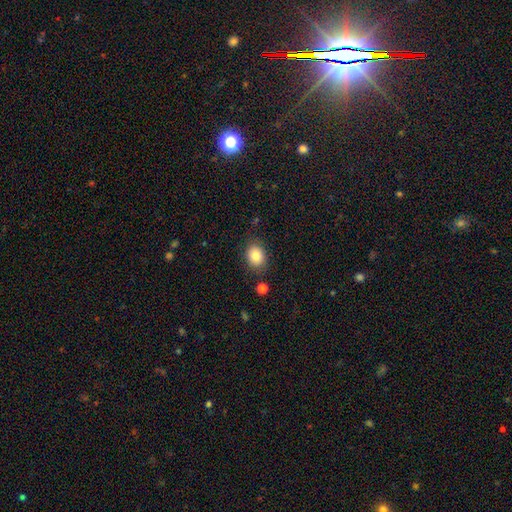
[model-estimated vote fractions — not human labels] A smooth galaxy with no disk features (82%) that is in between round and cigar-shaped (56%). Merging: none (83%).